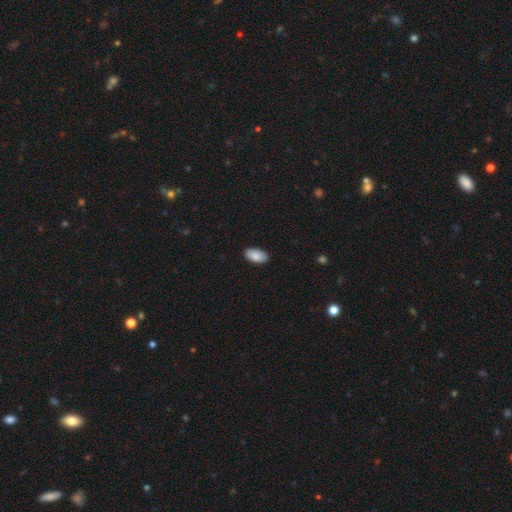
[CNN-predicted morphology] This appears to be a smooth galaxy with no disk features (87%) that is in between round and cigar-shaped (95%). Merging: none (89%).